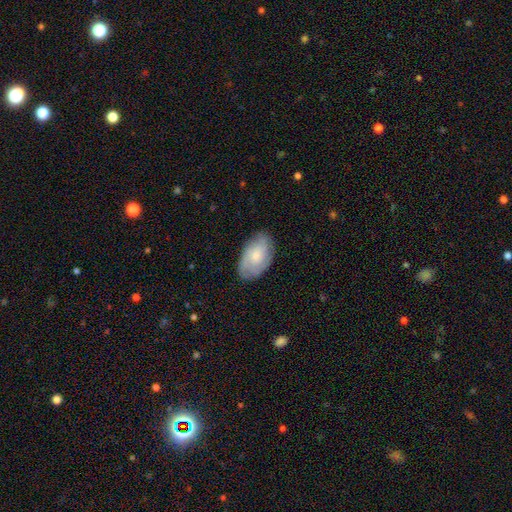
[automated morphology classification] smooth-or-featured: smooth: 50% | featured or disk: 44% | star or artifact: 7%
  merging: none: 79% | minor disturbance: 17% | major disturbance: 4% | merger: 1%